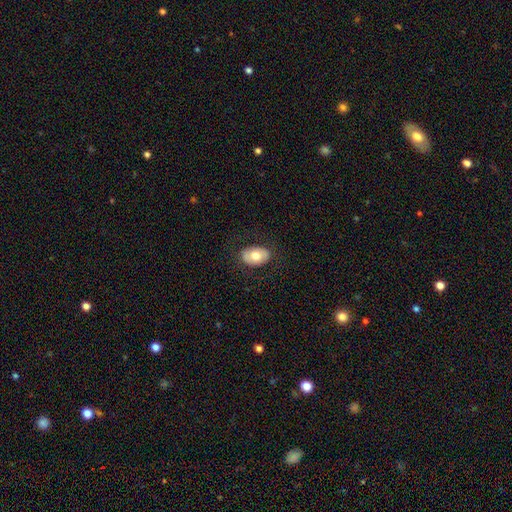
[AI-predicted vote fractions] Smooth or featured?
  - smooth: 70% *
  - featured or disk: 24%
  - star or artifact: 7%
How rounded?
  - in between: 85% *
  - round: 14%
  - cigar-shaped: 1%
Merging?
  - none: 83% *
  - minor disturbance: 12%
  - major disturbance: 4%
  - merger: 1%